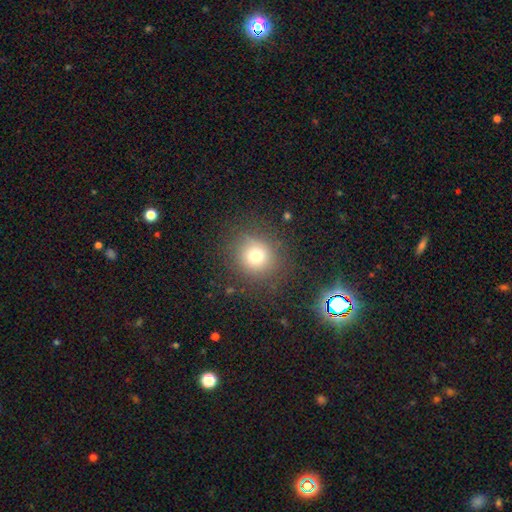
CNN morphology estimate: Smooth or featured? Predicted: smooth (p=0.73). How rounded? Predicted: round (p=0.88). Merging? Predicted: none (p=0.83).